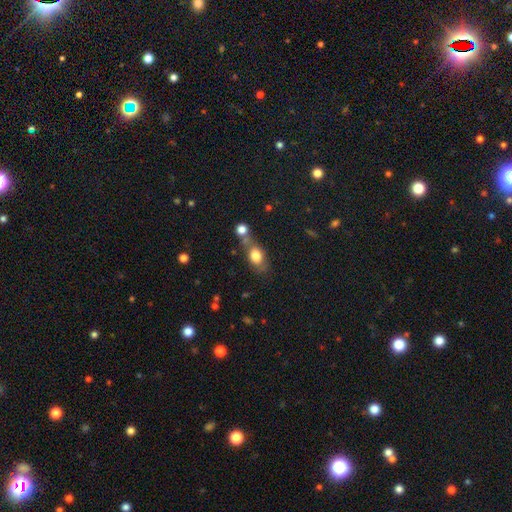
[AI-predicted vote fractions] This is likely a smooth galaxy (77%). How rounded: likely in between (66%). Merging: marginally none (43%).